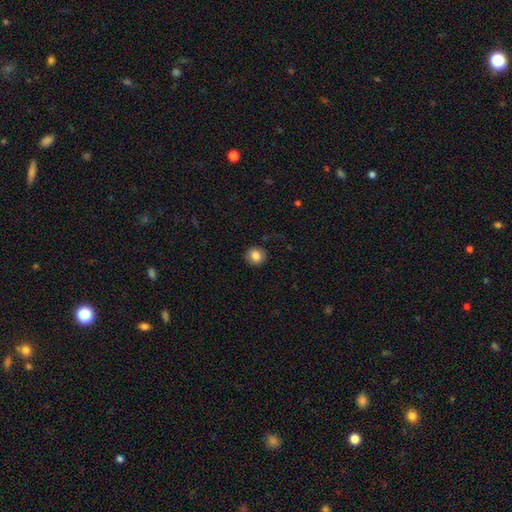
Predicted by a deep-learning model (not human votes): smooth_or_featured: smooth (p=0.83) [alt: star or artifact p=0.09]
how_rounded: round (p=0.81) [alt: in between p=0.18]
merging: none (p=0.88) [alt: minor disturbance p=0.09]